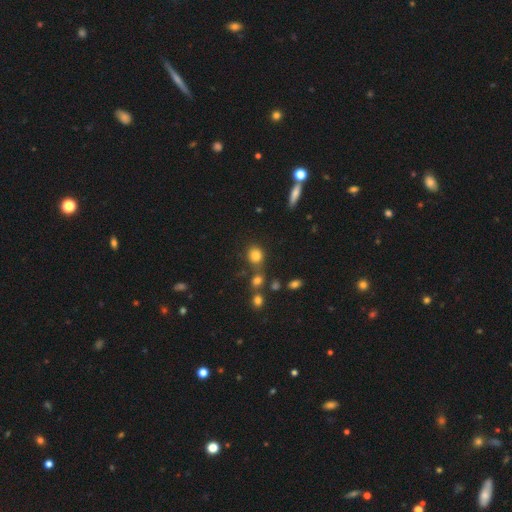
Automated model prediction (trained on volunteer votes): smooth-or-featured: smooth: 80% | star or artifact: 13% | featured or disk: 7%
  how-rounded: round: 75% | in between: 23% | cigar-shaped: 2%
  merging: none: 68% | merger: 15% | minor disturbance: 12% | major disturbance: 5%